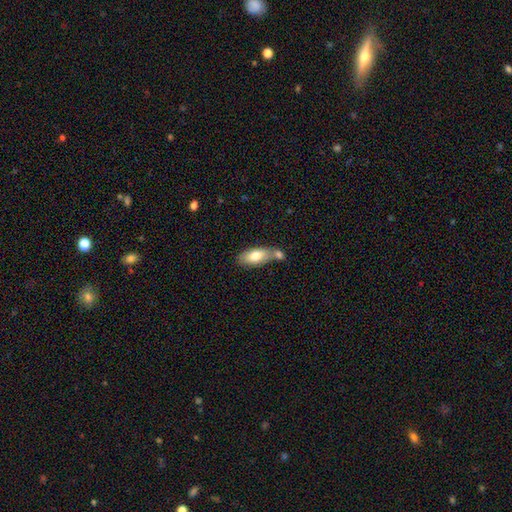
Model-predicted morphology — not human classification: Smooth or featured: smooth — 75% (featured or disk — 18%)
How rounded: in between — 87% (cigar-shaped — 10%)
Merging: none — 44% (merger — 37%)